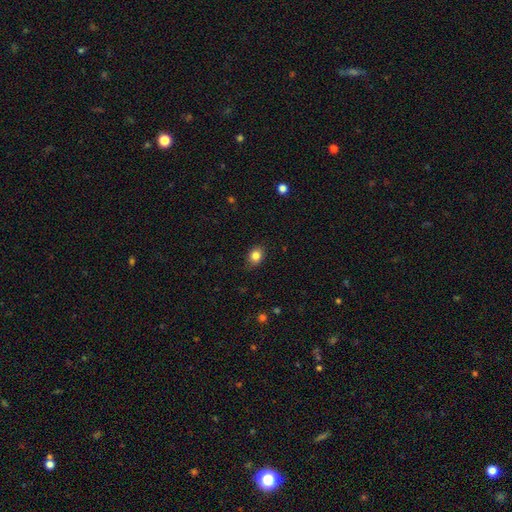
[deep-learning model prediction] Q: Smooth or featured?
A: smooth (84%); runner-up: star or artifact (10%)
Q: How rounded?
A: round (50%); runner-up: in between (49%)
Q: Merging?
A: none (84%); runner-up: minor disturbance (13%)